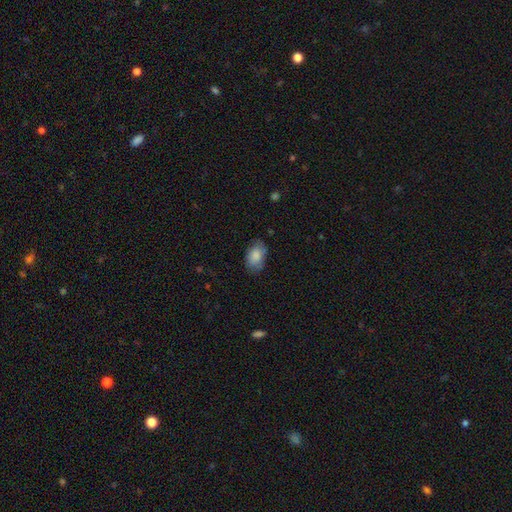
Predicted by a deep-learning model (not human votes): smooth-or-featured: smooth: 85% | featured or disk: 8% | star or artifact: 7%
  how-rounded: in between: 88% | round: 10% | cigar-shaped: 1%
  merging: none: 74% | minor disturbance: 20% | major disturbance: 5% | merger: 1%